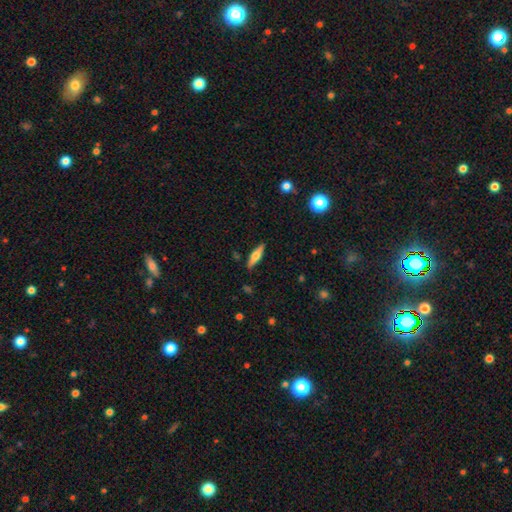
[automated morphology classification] A smooth galaxy with no disk features (48%). Merging: none (88%).